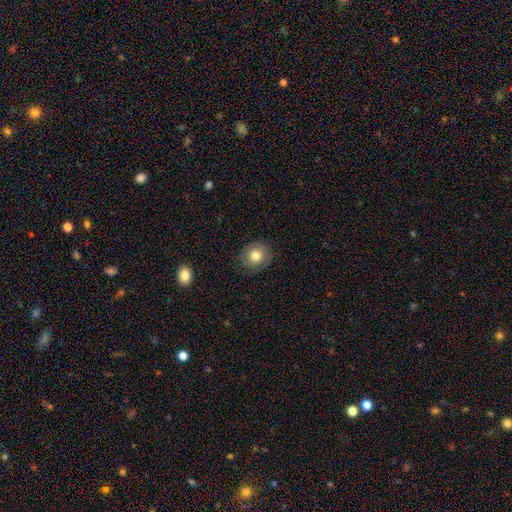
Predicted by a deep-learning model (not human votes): Overall: smooth (74%). How rounded: round (79%). Merging: none (84%).